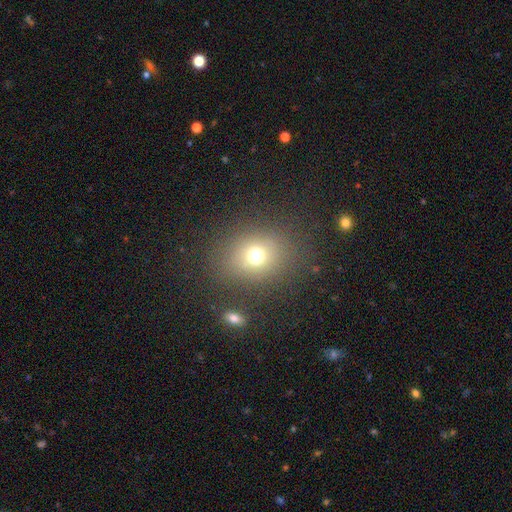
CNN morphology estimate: smooth 70%, star or artifact 18%, featured or disk 12%. Down the decision tree: how rounded — round (58%); merging — none (80%).